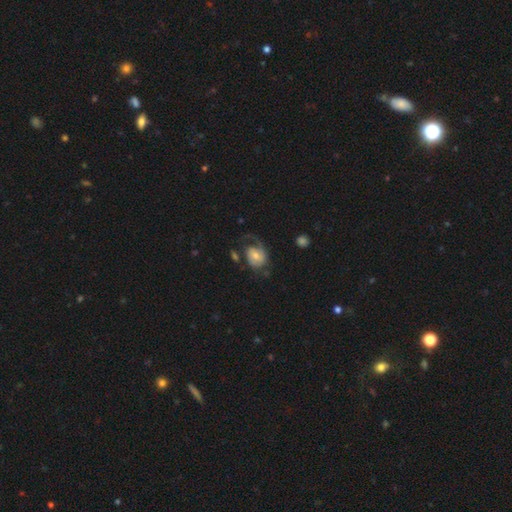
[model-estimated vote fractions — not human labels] Smooth or featured? featured or disk (55%)
Edge-on disk? no (97%)
Bar? no (64%)
Spiral arms? yes (80%)
Bulge size? moderate (50%)
Merging? none (38%)